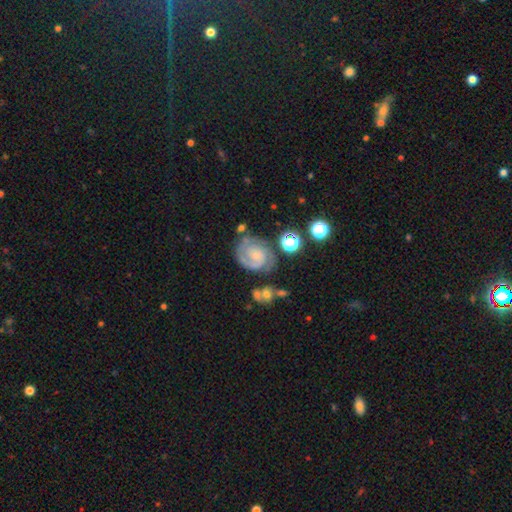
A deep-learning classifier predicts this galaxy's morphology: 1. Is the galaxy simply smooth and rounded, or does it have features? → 80% featured or disk, 13% smooth, 7% star or artifact.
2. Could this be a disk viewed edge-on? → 98% no, 2% yes.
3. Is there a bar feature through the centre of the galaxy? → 64% no, 31% weak, 5% strong.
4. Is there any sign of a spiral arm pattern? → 95% yes, 5% no.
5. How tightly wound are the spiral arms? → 57% tight, 34% medium, 9% loose.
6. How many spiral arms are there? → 58% 2, 16% can't tell, 13% 1, 9% 3, 2% 4, 2% more than 4.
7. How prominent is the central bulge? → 65% small, 16% moderate, 15% none, 2% large, 1% dominant.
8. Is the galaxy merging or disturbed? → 61% none, 21% minor disturbance, 12% major disturbance, 7% merger.